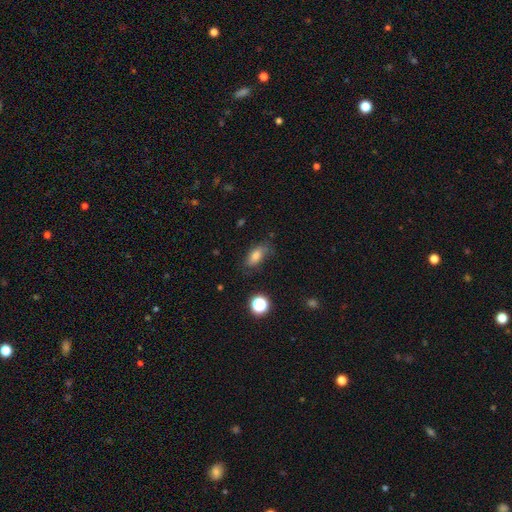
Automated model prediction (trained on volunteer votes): Smooth or featured? smooth (71%)
How rounded? in between (84%)
Merging? none (65%)